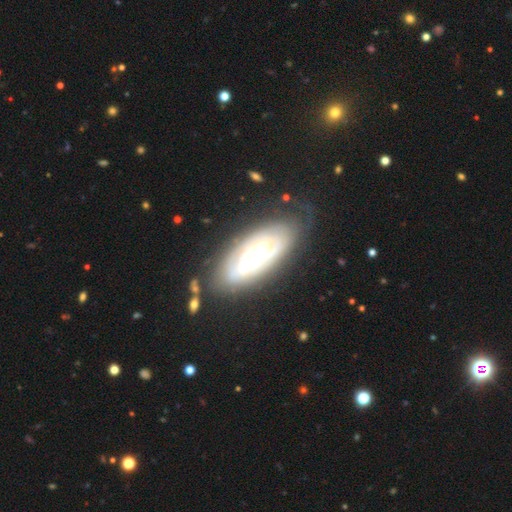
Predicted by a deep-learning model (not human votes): Overall: featured or disk (75%). Edge-on disk: no (82%). Bar: no (38%; strong 32%). Spiral arms: yes (69%; no 31%). Bulge size: moderate (55%; large 23%). Merging: none (66%).